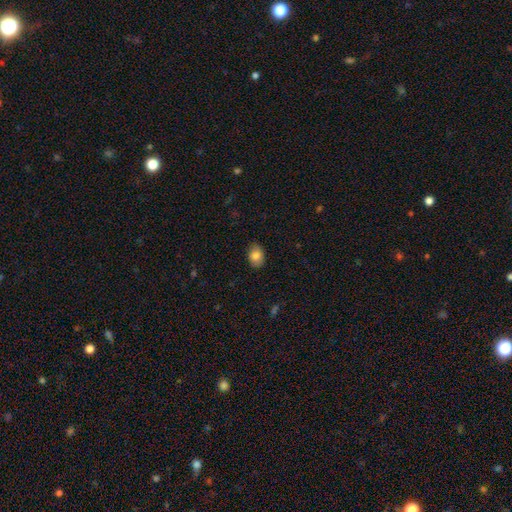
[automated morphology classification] A smooth galaxy with no disk features (82%) that is in between round and cigar-shaped (78%).

Vote fractions:
- Smooth or featured? smooth: 82% / featured or disk: 10% / star or artifact: 8%
- How rounded? in between: 78% / round: 21% / cigar-shaped: 1%
- Merging? none: 85% / minor disturbance: 11% / major disturbance: 2% / merger: 1%